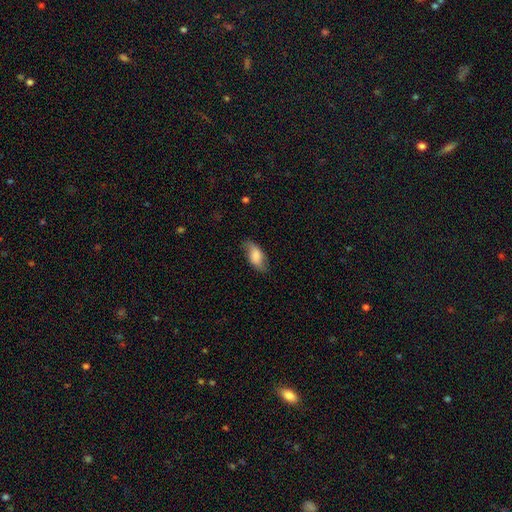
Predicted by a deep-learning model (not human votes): smooth_or_featured: smooth (p=0.68) [alt: featured or disk p=0.24]
how_rounded: in between (p=0.88) [alt: cigar-shaped p=0.08]
merging: none (p=0.70) [alt: minor disturbance p=0.22]